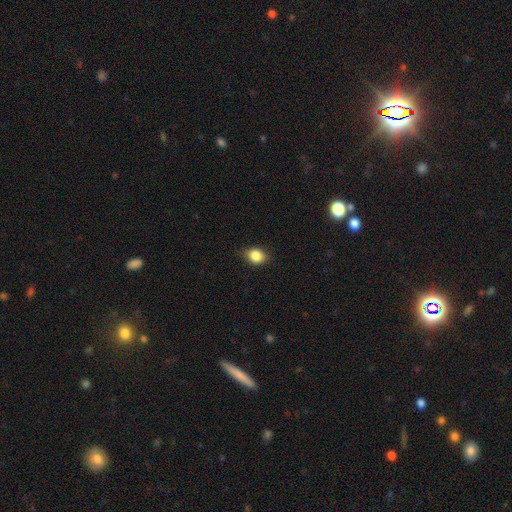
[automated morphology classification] A smooth galaxy with no disk features (85%) that is in between round and cigar-shaped (56%).

Vote fractions:
- Smooth or featured? smooth: 85% / star or artifact: 9% / featured or disk: 6%
- How rounded? in between: 56% / round: 43% / cigar-shaped: 1%
- Merging? none: 79% / minor disturbance: 17% / major disturbance: 3% / merger: 1%